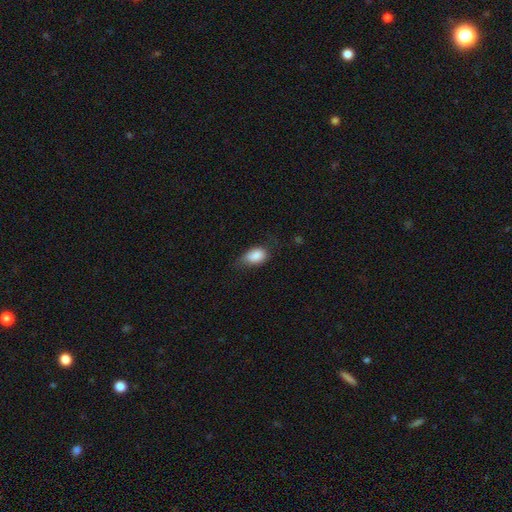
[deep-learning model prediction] Smooth or featured: smooth — 83% (featured or disk — 9%)
How rounded: in between — 83% (round — 15%)
Merging: none — 43% (minor disturbance — 40%)